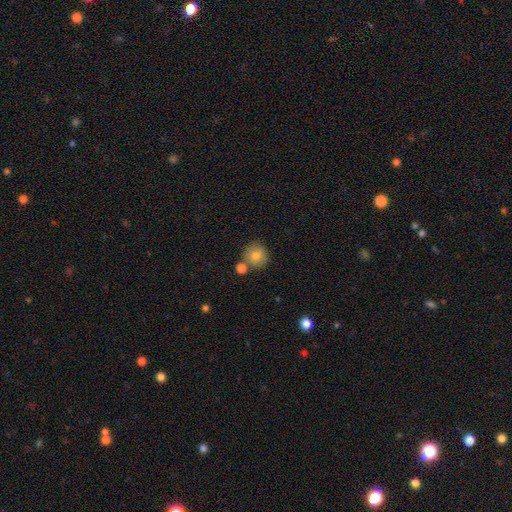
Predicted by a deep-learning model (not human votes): smooth-or-featured: smooth: 78% | featured or disk: 13% | star or artifact: 10%
  how-rounded: round: 92% | in between: 7% | cigar-shaped: 1%
  merging: none: 72% | merger: 16% | minor disturbance: 10% | major disturbance: 3%